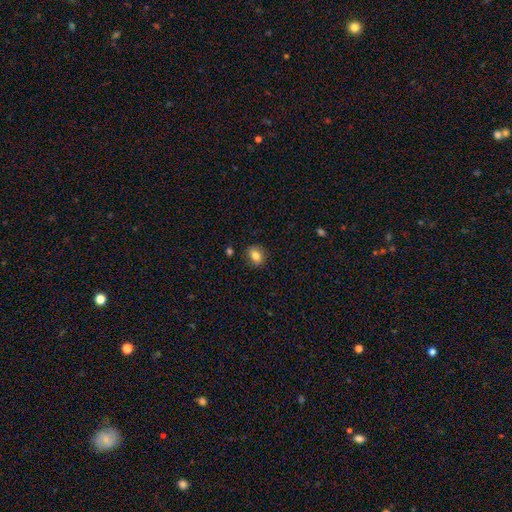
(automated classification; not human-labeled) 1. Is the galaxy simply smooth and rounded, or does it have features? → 81% smooth, 10% star or artifact, 9% featured or disk.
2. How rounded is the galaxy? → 56% round, 43% in between, 1% cigar-shaped.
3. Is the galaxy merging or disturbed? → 86% none, 10% minor disturbance, 2% major disturbance, 2% merger.